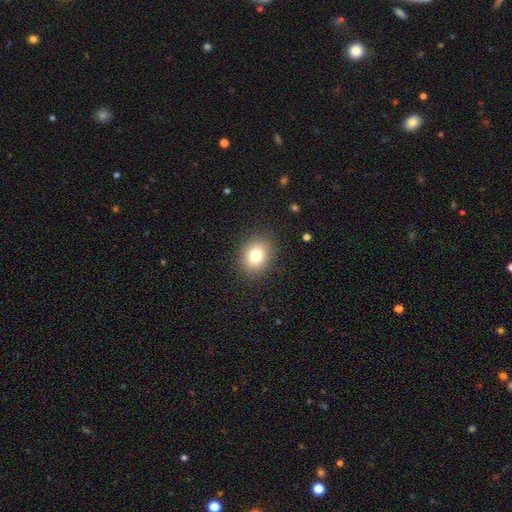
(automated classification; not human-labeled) Smooth or featured? Predicted: smooth (p=0.78). How rounded? Predicted: round (p=0.54). Merging? Predicted: none (p=0.88).